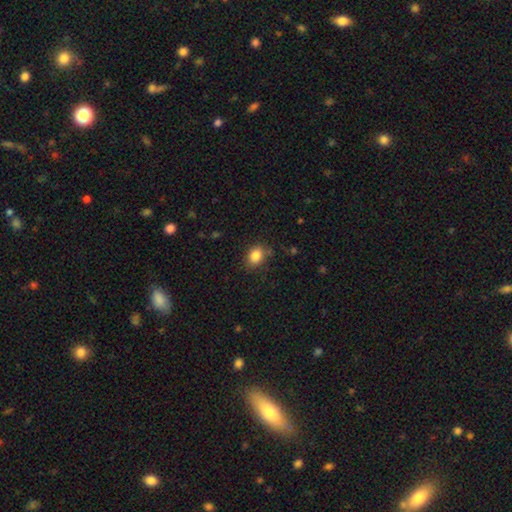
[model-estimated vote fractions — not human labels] Morphology: type=smooth (85%); roundness=in between (54%); merging=none (81%).